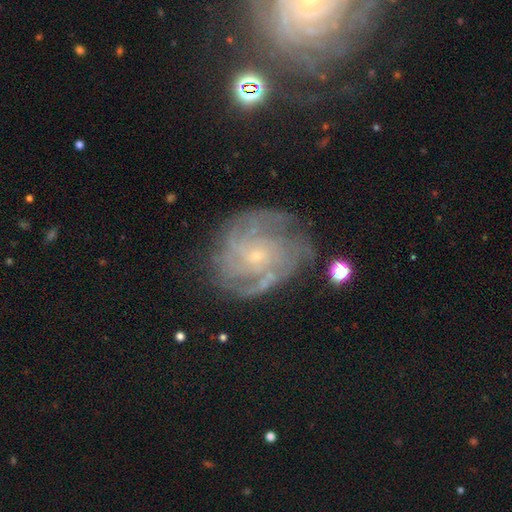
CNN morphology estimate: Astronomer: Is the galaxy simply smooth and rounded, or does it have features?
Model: featured or disk — 83%.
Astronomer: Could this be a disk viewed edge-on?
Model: no — 97%.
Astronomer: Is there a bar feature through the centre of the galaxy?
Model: no — 71%.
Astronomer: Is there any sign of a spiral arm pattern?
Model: yes — 94%.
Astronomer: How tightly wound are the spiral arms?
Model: tight — 57% (runner-up: medium, 34%).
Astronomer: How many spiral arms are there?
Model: can't tell — 32% (runner-up: 3, 19%).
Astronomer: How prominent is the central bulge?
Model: small — 82%.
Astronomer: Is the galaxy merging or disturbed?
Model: none — 69%.